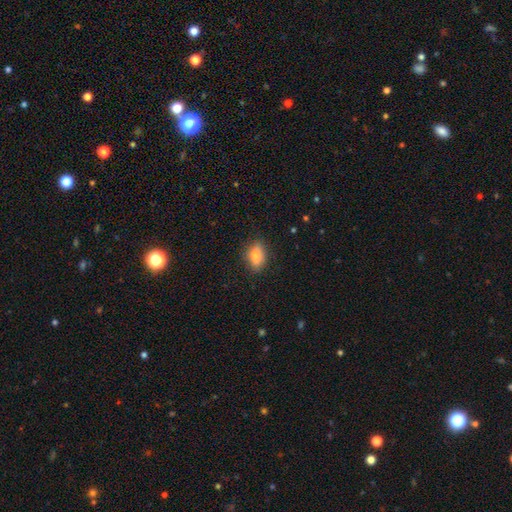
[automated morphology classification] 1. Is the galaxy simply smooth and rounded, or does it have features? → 75% smooth, 16% featured or disk, 8% star or artifact.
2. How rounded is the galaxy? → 81% in between, 13% round, 6% cigar-shaped.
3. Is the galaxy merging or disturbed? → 83% none, 13% minor disturbance, 3% major disturbance, 1% merger.